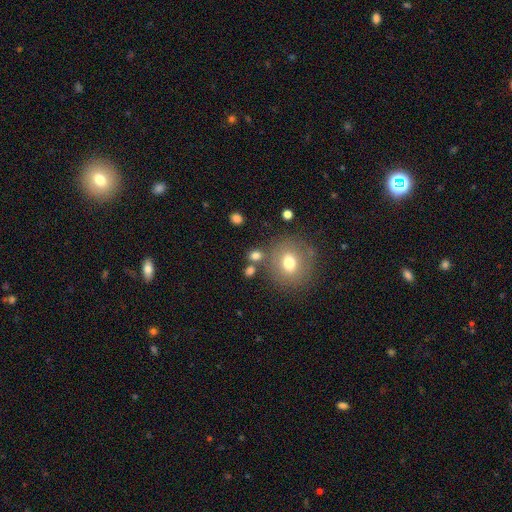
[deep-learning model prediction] This is likely a smooth galaxy (74%). How rounded: likely round (71%). Merging: likely none (67%).